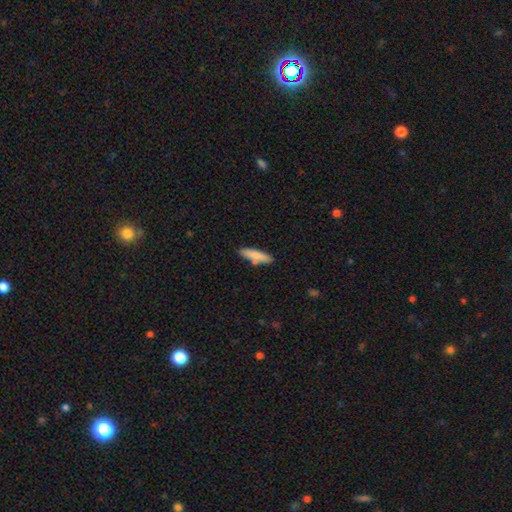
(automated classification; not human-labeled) Smooth or featured?
  - smooth: 81% *
  - featured or disk: 13%
  - star or artifact: 6%
How rounded?
  - cigar-shaped: 71% *
  - in between: 28%
  - round: 2%
Merging?
  - none: 79% *
  - minor disturbance: 12%
  - merger: 7%
  - major disturbance: 2%